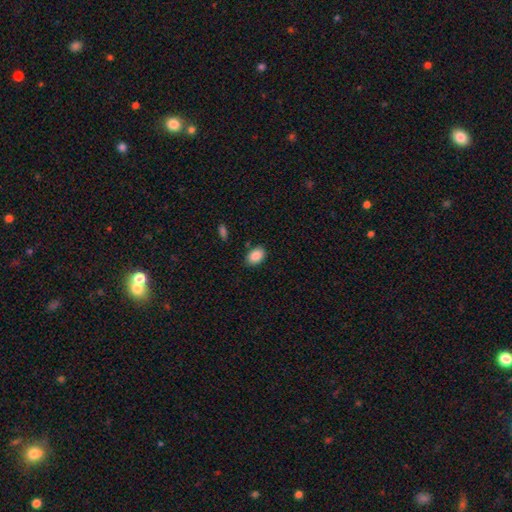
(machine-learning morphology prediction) Q: Smooth or featured?
A: smooth (88%); runner-up: star or artifact (8%)
Q: How rounded?
A: in between (82%); runner-up: round (17%)
Q: Merging?
A: none (85%); runner-up: minor disturbance (11%)